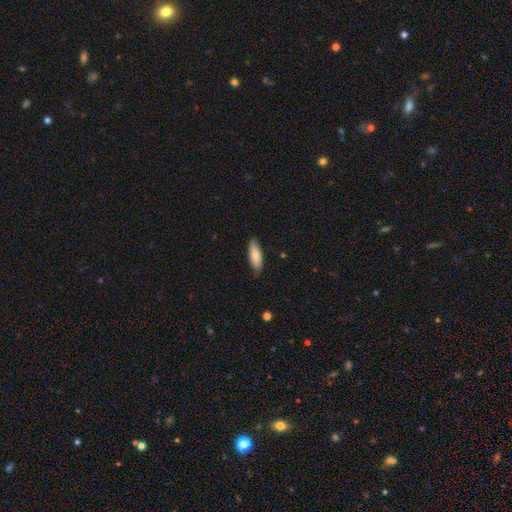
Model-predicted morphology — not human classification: The model was most divided on "how rounded": in between: 65%, cigar-shaped: 33%, round: 2%. More confident: smooth or featured — smooth (83%); merging — none (80%).